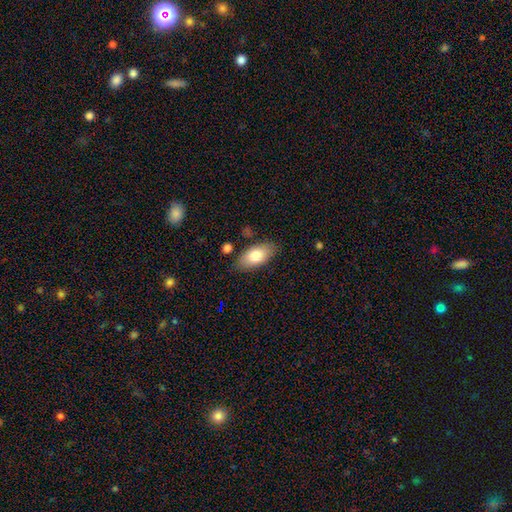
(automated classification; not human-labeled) This is likely a smooth galaxy (79%). How rounded: clearly in between (92%). Merging: clearly none (81%).